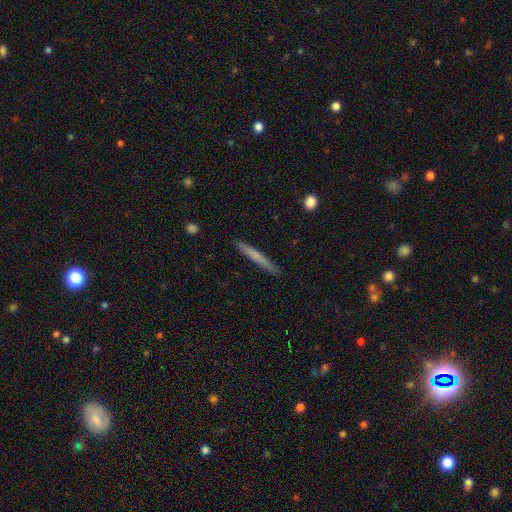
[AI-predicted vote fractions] Morphology: type=smooth (66%); roundness=cigar-shaped (97%); merging=none (91%).